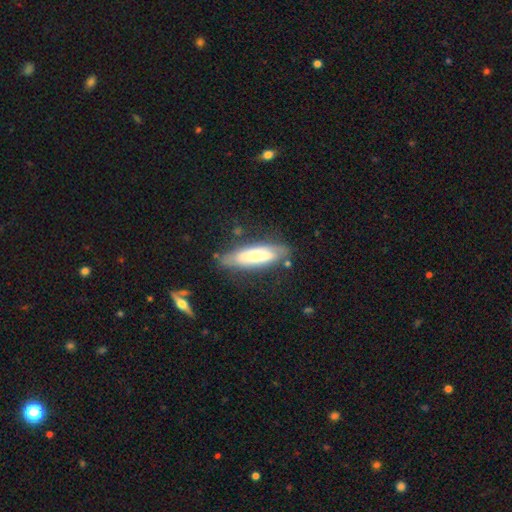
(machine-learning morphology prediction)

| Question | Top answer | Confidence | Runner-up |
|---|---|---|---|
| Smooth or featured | smooth | 51% | featured or disk (42%) |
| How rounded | cigar-shaped | 60% | in between (38%) |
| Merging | none | 67% | minor disturbance (21%) |